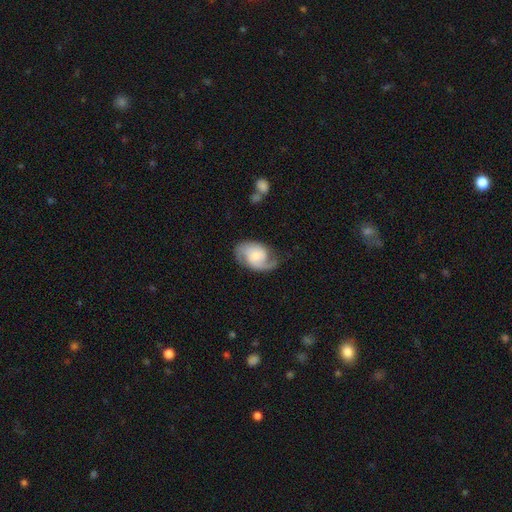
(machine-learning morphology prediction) The model was most divided on "bulge size": small: 44%, moderate: 39%, large: 10%, none: 6%, dominant: 2%. Remaining: edge-on disk — no (97%); spiral arms — yes (94%); spiral arm count — 2 (82%); smooth or featured — featured or disk (74%); merging — none (69%); bar — no (64%); spiral winding — medium (46%).